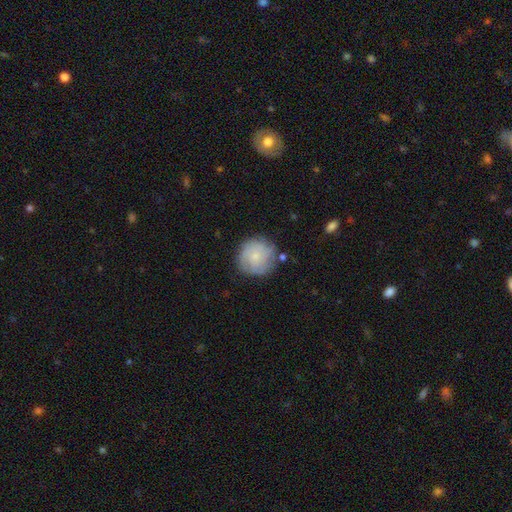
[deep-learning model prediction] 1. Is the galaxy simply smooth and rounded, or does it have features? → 54% smooth, 39% featured or disk, 7% star or artifact.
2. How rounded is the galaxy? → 93% round, 6% in between, 1% cigar-shaped.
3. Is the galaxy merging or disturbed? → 73% none, 18% minor disturbance, 6% major disturbance, 3% merger.